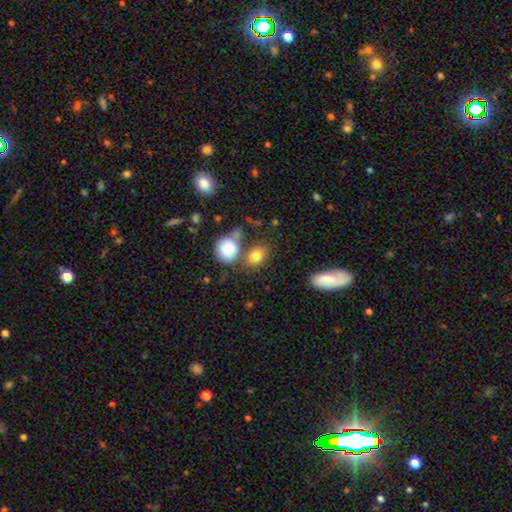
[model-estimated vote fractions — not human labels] The model was most divided on "how rounded": in between: 60%, round: 38%, cigar-shaped: 2%. More confident: smooth or featured — smooth (82%); merging — none (58%).